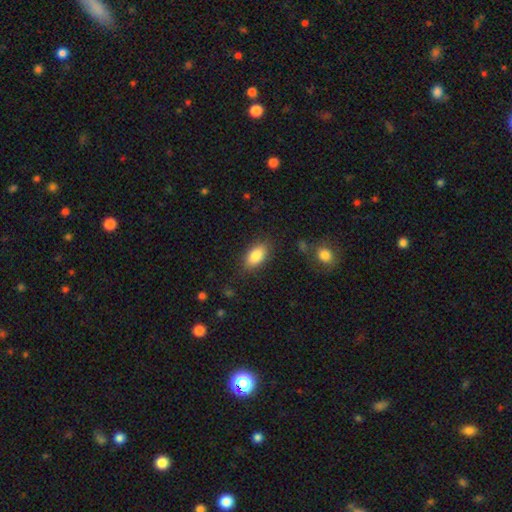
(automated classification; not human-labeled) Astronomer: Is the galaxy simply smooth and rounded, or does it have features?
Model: smooth — 85%.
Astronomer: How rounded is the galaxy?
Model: in between — 91%.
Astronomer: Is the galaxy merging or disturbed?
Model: none — 82%.